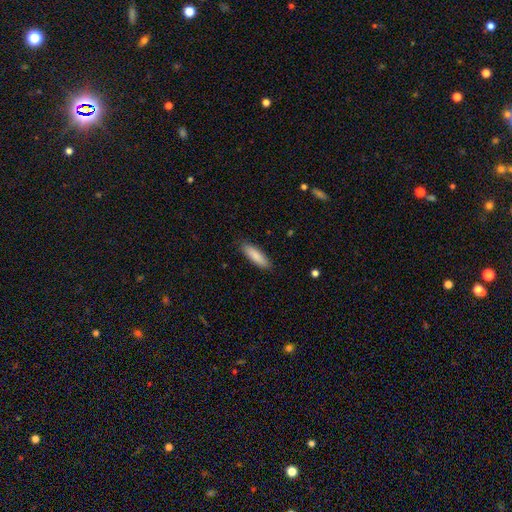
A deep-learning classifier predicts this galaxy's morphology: Smooth or featured?
  - smooth: 87% *
  - featured or disk: 8%
  - star or artifact: 6%
How rounded?
  - cigar-shaped: 58% *
  - in between: 41%
  - round: 1%
Merging?
  - none: 87% *
  - minor disturbance: 10%
  - major disturbance: 2%
  - merger: 1%